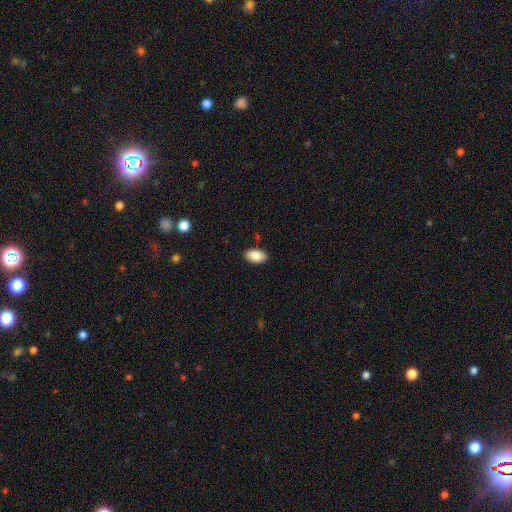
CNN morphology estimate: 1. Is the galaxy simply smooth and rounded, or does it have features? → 88% smooth, 7% star or artifact, 5% featured or disk.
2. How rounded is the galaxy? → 94% in between, 4% round, 2% cigar-shaped.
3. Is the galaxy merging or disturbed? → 86% none, 10% minor disturbance, 2% major disturbance, 2% merger.